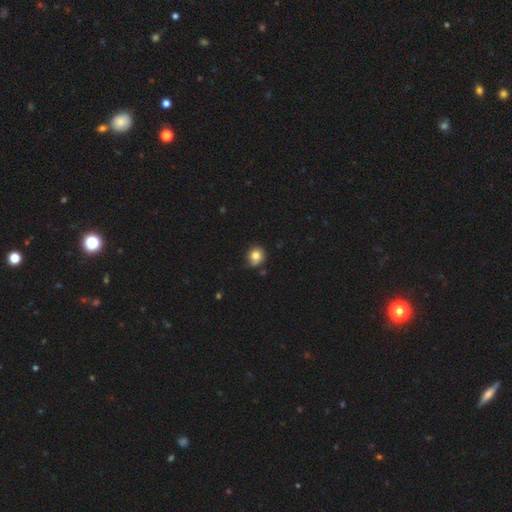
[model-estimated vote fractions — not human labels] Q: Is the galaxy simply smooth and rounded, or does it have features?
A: smooth — 79%.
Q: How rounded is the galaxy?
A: round — 83%.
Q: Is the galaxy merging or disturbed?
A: none — 58%.